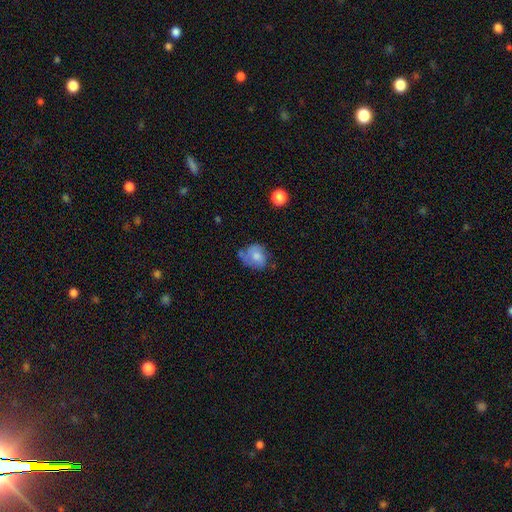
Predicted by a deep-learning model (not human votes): Smooth or featured? smooth (66%)
How rounded? round (55%)
Merging? none (43%)